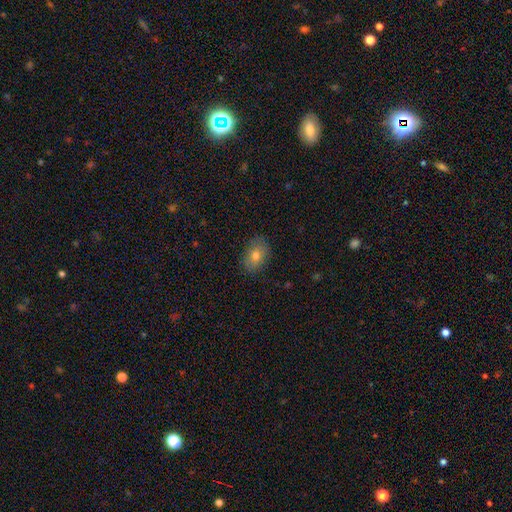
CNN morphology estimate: A smooth galaxy with no disk features (76%) that is in between round and cigar-shaped (81%). Merging: none (87%).